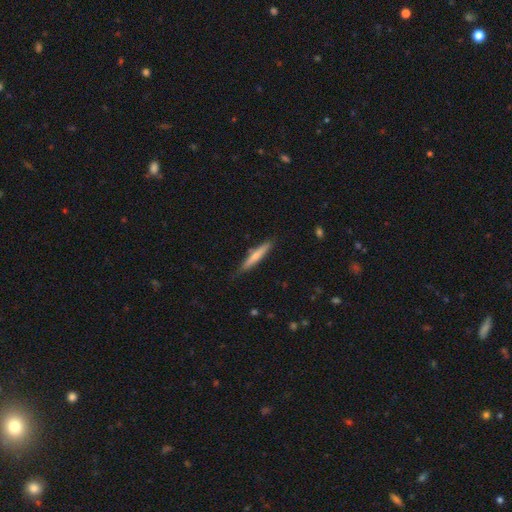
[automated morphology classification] This appears to be a smooth galaxy with no disk features (59%) that is cigar-shaped (92%). Merging: none (83%).